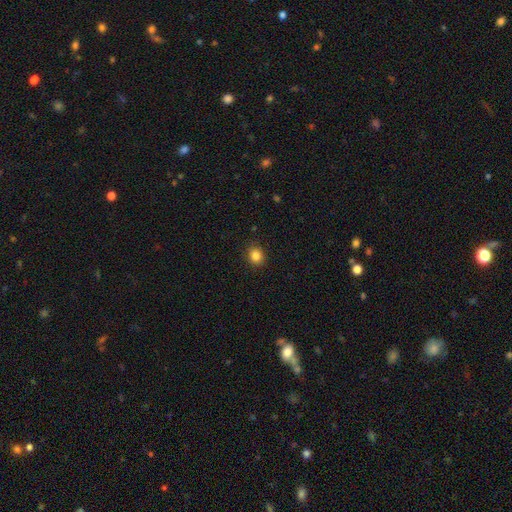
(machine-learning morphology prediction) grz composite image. It shows a smooth galaxy with no disk features (85%) that is round (73%). Merging: none (89%).